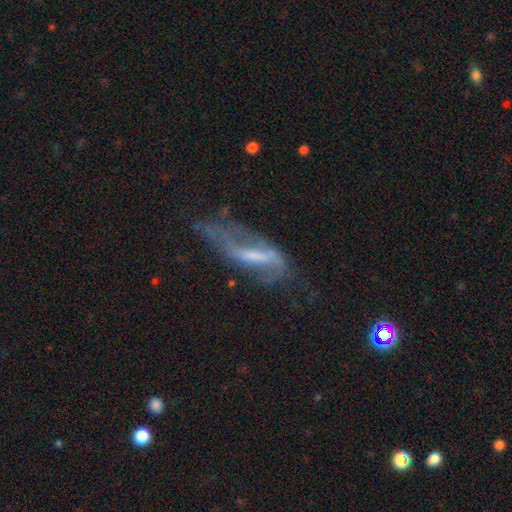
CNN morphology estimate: Smooth or featured? featured or disk (67%)
Edge-on disk? no (80%)
Bar? strong (44%)
Spiral arms? yes (66%)
Bulge size? moderate (31%, tied with none)
Merging? major disturbance (38%)